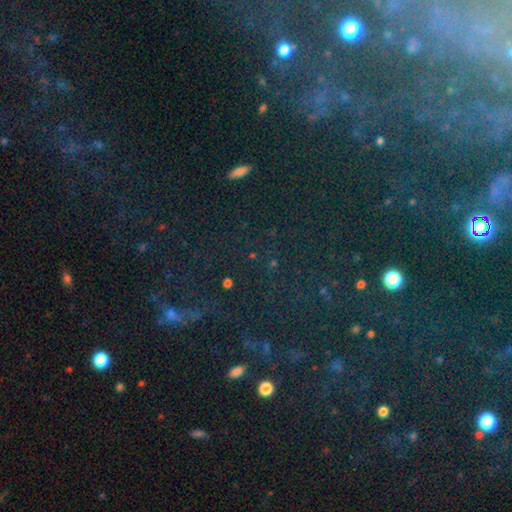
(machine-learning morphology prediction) Smooth or featured? star or artifact (73%)